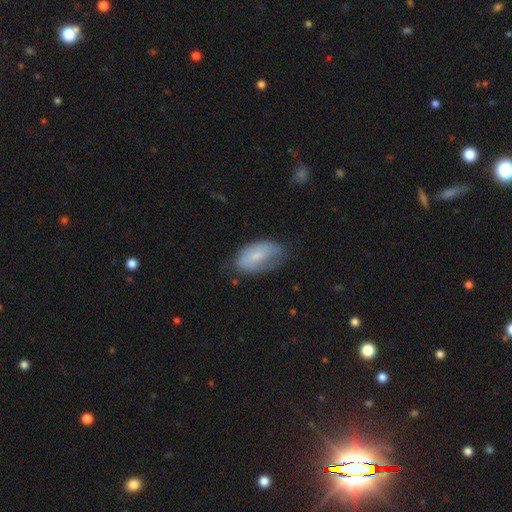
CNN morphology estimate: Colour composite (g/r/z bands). It shows a smooth galaxy with no disk features (64%) that is in between round and cigar-shaped (93%). Merging: none (50%).